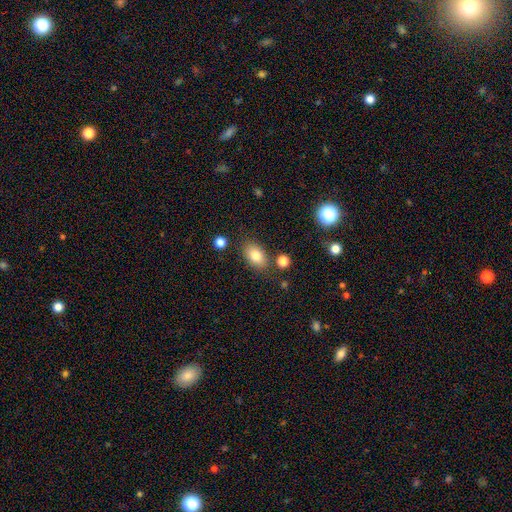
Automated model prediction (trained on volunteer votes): Smooth or featured? smooth (82%)
How rounded? in between (87%)
Merging? none (80%)